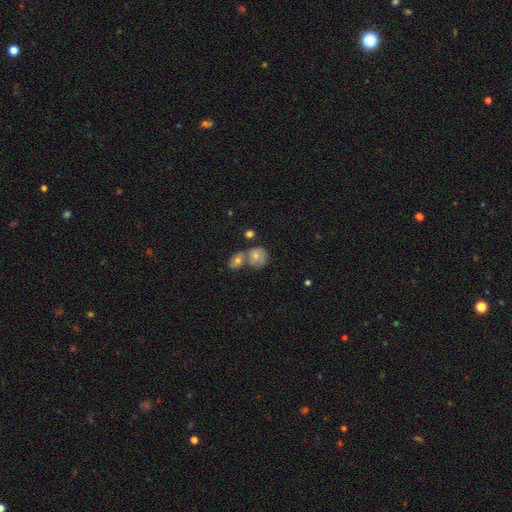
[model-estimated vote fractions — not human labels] smooth-or-featured: smooth: 47% | featured or disk: 37% | star or artifact: 16%
  merging: merger: 43% | none: 42% | minor disturbance: 10% | major disturbance: 5%